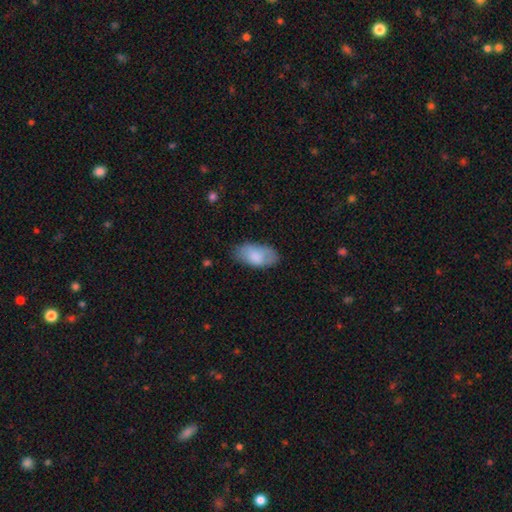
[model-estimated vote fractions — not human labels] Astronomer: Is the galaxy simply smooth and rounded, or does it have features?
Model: smooth — 81%.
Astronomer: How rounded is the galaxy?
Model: in between — 94%.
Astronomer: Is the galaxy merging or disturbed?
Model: none — 74%.